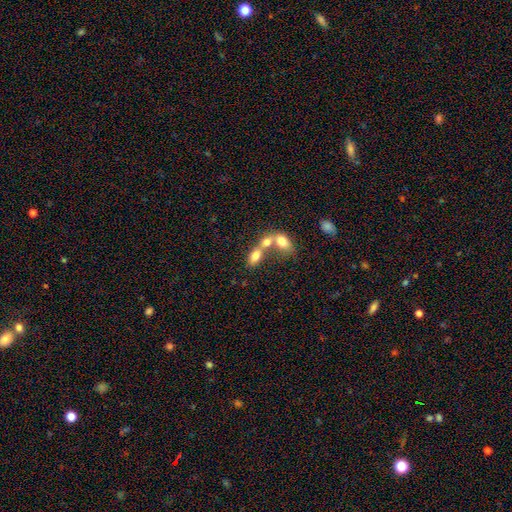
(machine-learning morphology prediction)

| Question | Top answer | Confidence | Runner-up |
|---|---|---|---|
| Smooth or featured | smooth | 74% | featured or disk (17%) |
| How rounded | in between | 83% | round (13%) |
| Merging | merger | 67% | none (22%) |